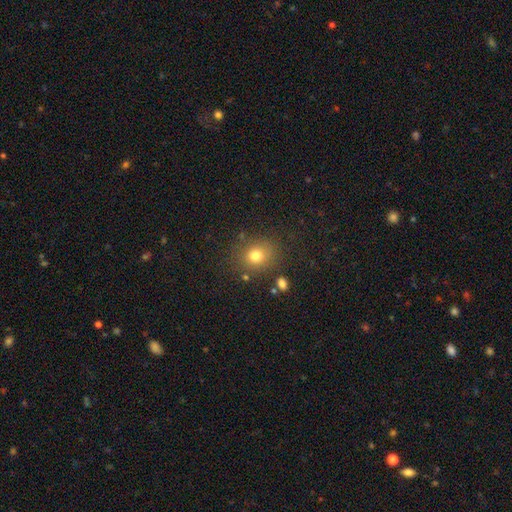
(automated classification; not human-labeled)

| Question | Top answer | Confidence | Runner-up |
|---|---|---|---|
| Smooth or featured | smooth | 77% | star or artifact (15%) |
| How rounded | round | 70% | in between (29%) |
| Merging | none | 81% | minor disturbance (11%) |